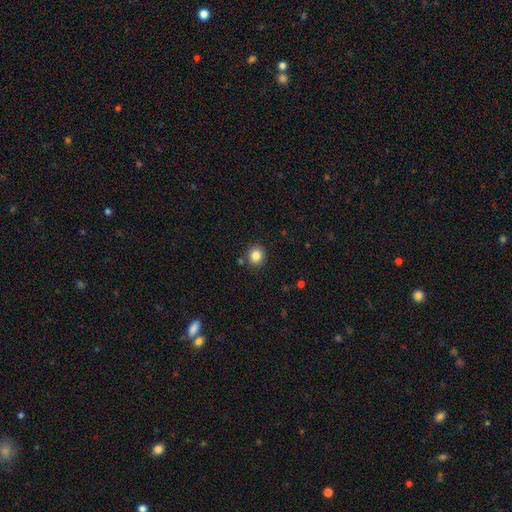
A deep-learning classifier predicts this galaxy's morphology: Smooth or featured? smooth (83%)
How rounded? round (81%)
Merging? none (86%)